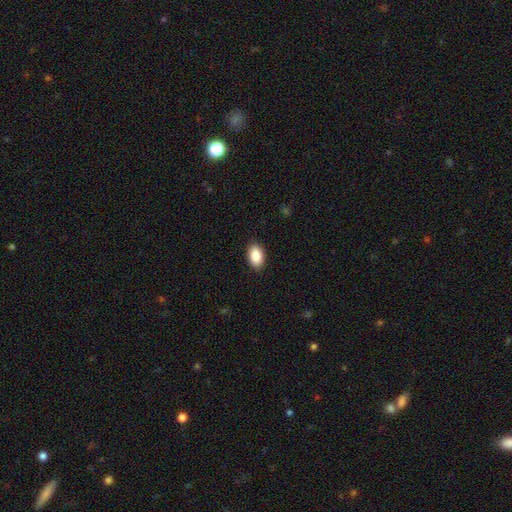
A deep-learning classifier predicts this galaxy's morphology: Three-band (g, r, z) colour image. It shows a smooth galaxy with no disk features (89%) that is in between round and cigar-shaped (91%). Merging: none (90%).